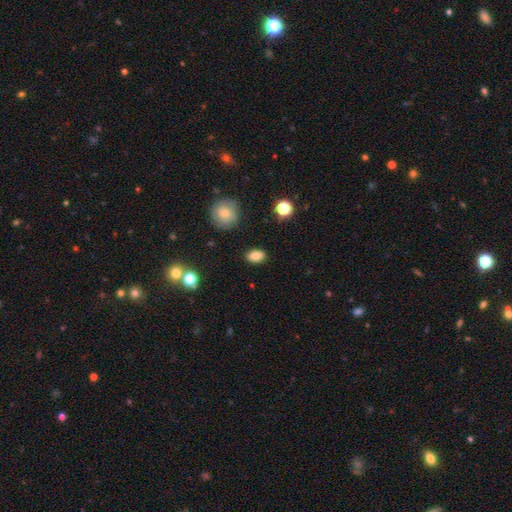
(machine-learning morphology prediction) smooth_or_featured: smooth (p=0.81) [alt: star or artifact p=0.10]
how_rounded: in between (p=0.80) [alt: round p=0.19]
merging: none (p=0.87) [alt: minor disturbance p=0.09]